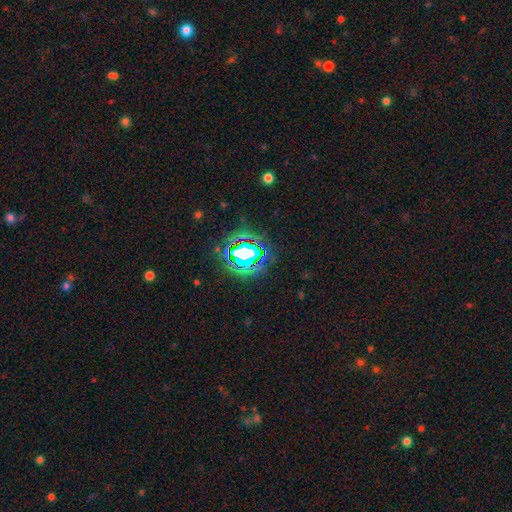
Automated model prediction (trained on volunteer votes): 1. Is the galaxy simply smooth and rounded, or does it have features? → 81% star or artifact, 13% smooth, 7% featured or disk.